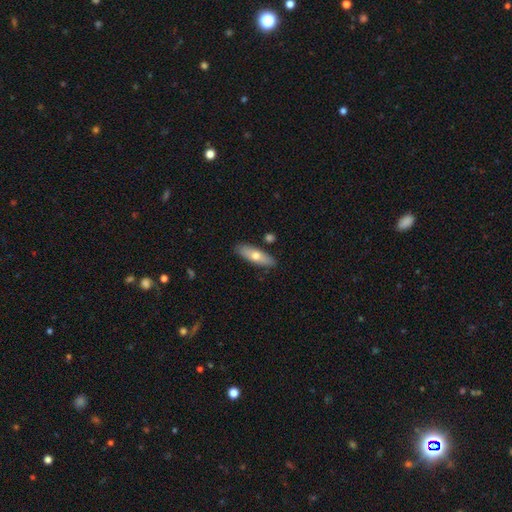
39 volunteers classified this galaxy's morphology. Q: Smooth or featured?
A: smooth (74%); runner-up: featured or disk (18%)
Q: How rounded?
A: in between (59%); runner-up: cigar-shaped (38%)
Q: Merging?
A: none (83%); runner-up: merger (11%)